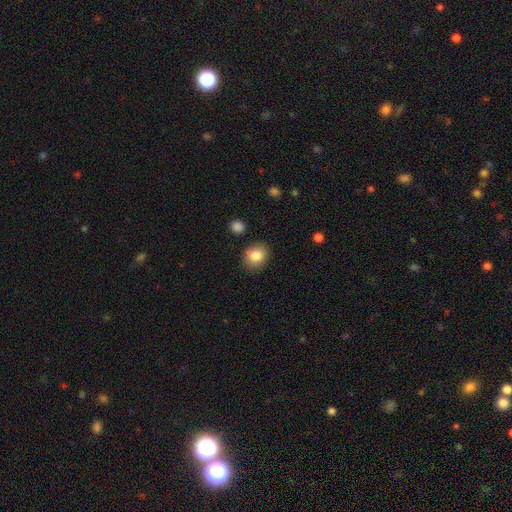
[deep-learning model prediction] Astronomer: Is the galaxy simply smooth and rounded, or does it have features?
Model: smooth — 85%.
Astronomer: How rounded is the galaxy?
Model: round — 65%.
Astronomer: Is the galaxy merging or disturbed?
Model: none — 85%.